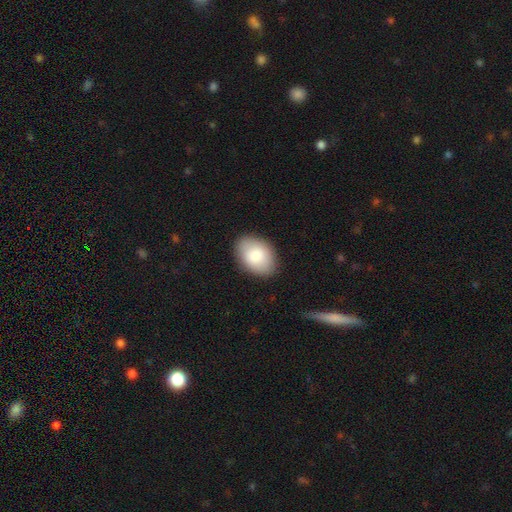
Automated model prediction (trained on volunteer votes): A smooth galaxy with no disk features (82%) that is in between round and cigar-shaped (84%).

Vote fractions:
- Smooth or featured? smooth: 82% / featured or disk: 11% / star or artifact: 6%
- How rounded? in between: 84% / round: 15% / cigar-shaped: 1%
- Merging? none: 87% / minor disturbance: 10% / major disturbance: 2% / merger: 1%